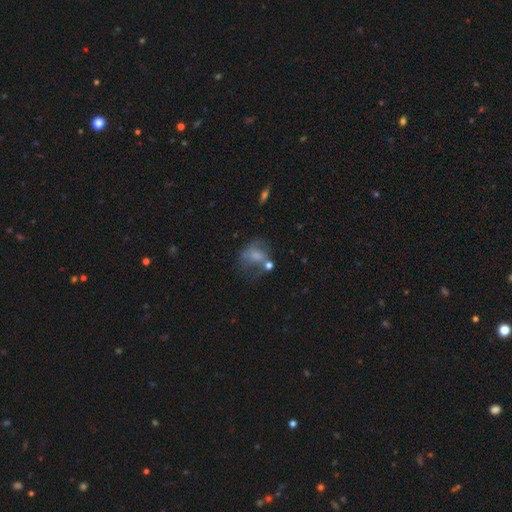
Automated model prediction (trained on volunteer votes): A smooth galaxy with no disk features (54%) that is in between round and cigar-shaped (61%). Merging: none (31%).